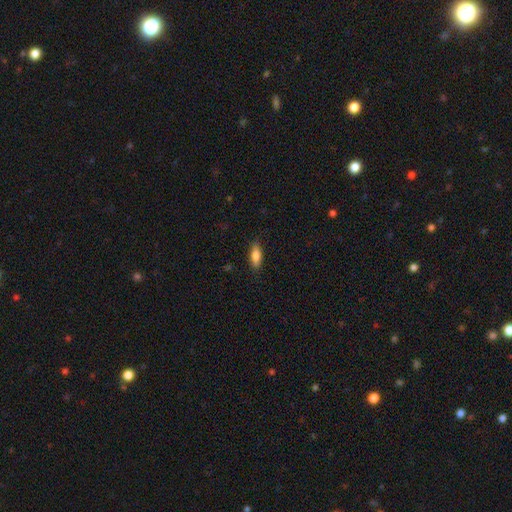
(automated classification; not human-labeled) Smooth or featured: smooth — 77% (featured or disk — 17%)
How rounded: in between — 67% (cigar-shaped — 30%)
Merging: none — 85% (minor disturbance — 12%)